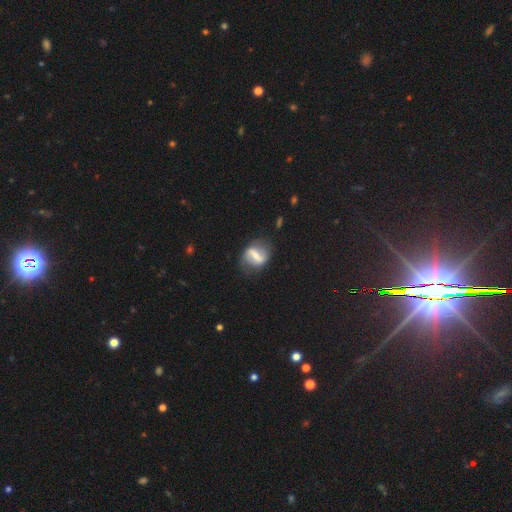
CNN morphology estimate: Smooth or featured?
  - featured or disk: 71% *
  - smooth: 22%
  - star or artifact: 7%
Edge-on disk?
  - no: 94% *
  - yes: 6%
Bar?
  - strong: 63% *
  - weak: 28%
  - no: 9%
Spiral arms?
  - yes: 72% *
  - no: 28%
Bulge size?
  - small: 43% *
  - moderate: 37%
  - none: 12%
  - large: 6%
  - dominant: 2%
Merging?
  - none: 72% *
  - minor disturbance: 17%
  - major disturbance: 8%
  - merger: 2%